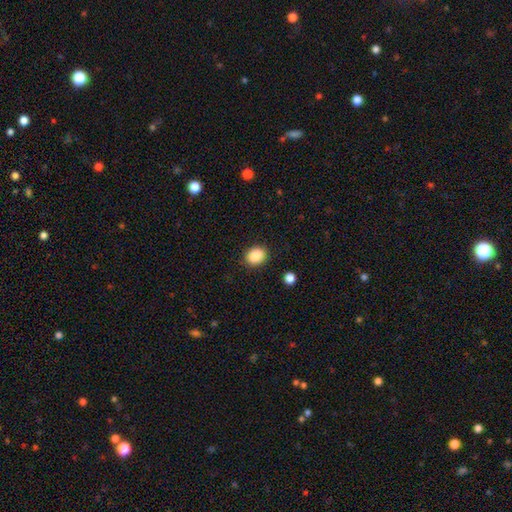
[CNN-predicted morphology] A smooth galaxy with no disk features (88%) that is round (52%).

Vote fractions:
- Smooth or featured? smooth: 88% / star or artifact: 8% / featured or disk: 4%
- How rounded? round: 52% / in between: 47% / cigar-shaped: 1%
- Merging? none: 89% / minor disturbance: 8% / major disturbance: 2% / merger: 1%